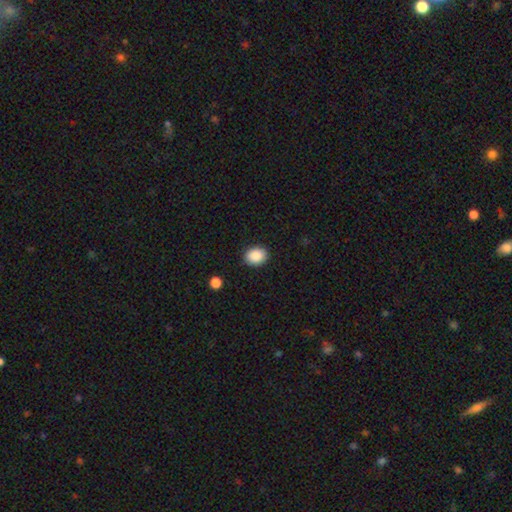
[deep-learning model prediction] Q: Smooth or featured?
A: smooth (89%); runner-up: star or artifact (8%)
Q: How rounded?
A: in between (53%); runner-up: round (46%)
Q: Merging?
A: none (89%); runner-up: minor disturbance (8%)